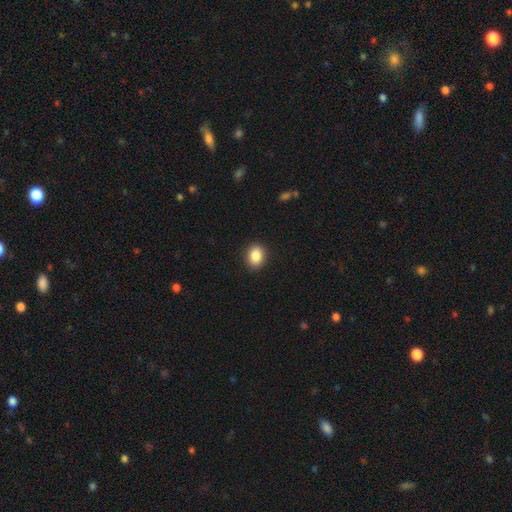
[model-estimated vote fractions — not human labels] smooth 87%, star or artifact 8%, featured or disk 5%. Down the decision tree: how rounded — in between (65%); merging — none (90%).